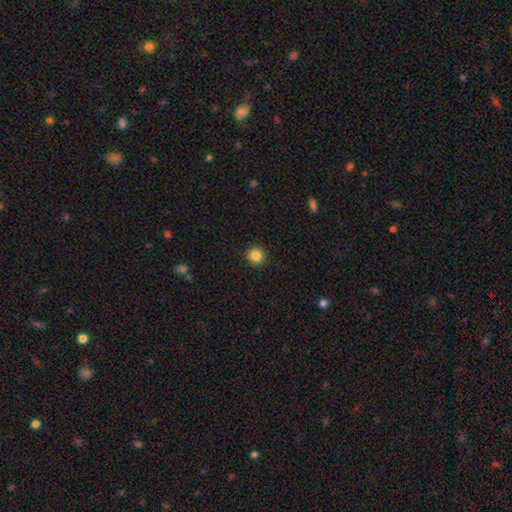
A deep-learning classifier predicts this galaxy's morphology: Overall: smooth (84%). How rounded: round (95%). Merging: none (93%).